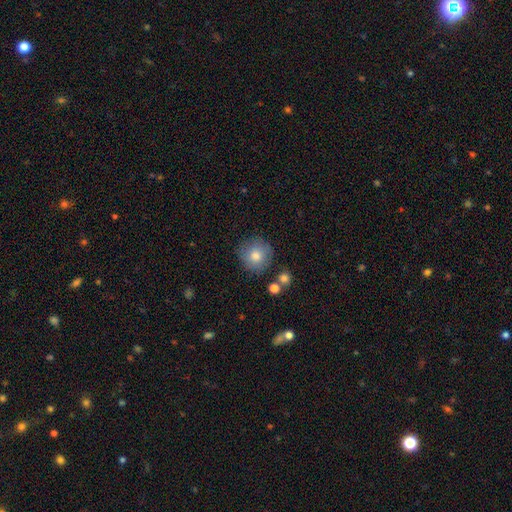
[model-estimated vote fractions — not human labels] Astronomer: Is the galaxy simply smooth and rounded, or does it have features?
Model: smooth — 79%.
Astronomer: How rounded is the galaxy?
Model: round — 94%.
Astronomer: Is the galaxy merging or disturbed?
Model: none — 82%.